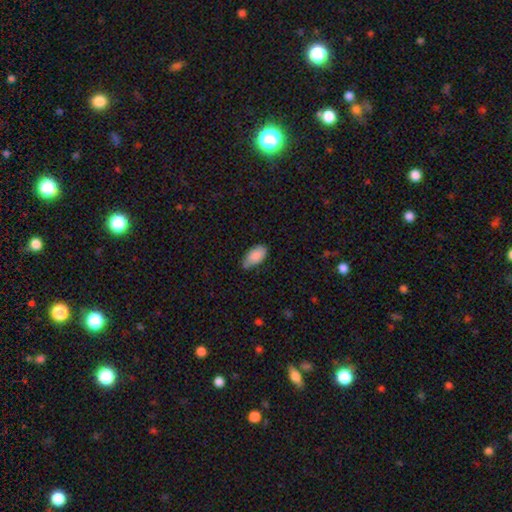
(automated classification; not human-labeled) Smooth or featured? Predicted: smooth (p=0.85). How rounded? Predicted: in between (p=0.94). Merging? Predicted: none (p=0.56).